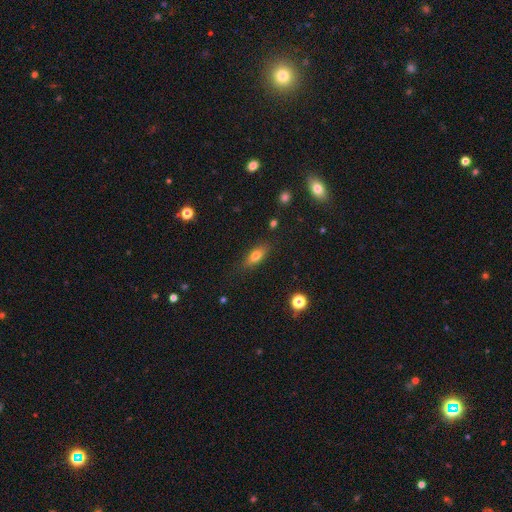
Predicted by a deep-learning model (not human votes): A smooth galaxy with no disk features (70%) that is in between round and cigar-shaped (71%). Merging: none (83%).